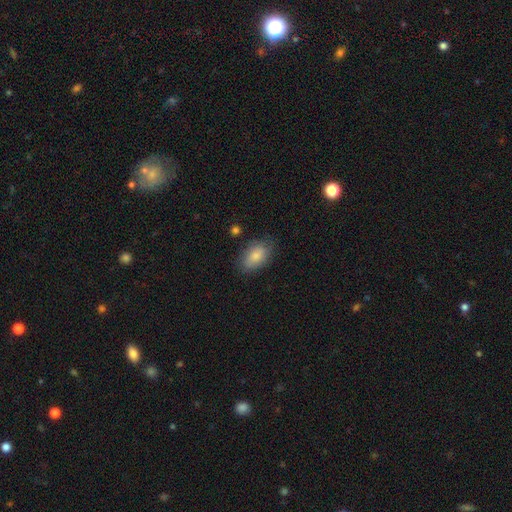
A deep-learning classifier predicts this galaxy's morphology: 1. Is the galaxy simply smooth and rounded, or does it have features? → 83% smooth, 11% featured or disk, 7% star or artifact.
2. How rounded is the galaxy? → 91% in between, 7% round, 2% cigar-shaped.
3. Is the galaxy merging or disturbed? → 74% none, 19% minor disturbance, 5% major disturbance, 2% merger.